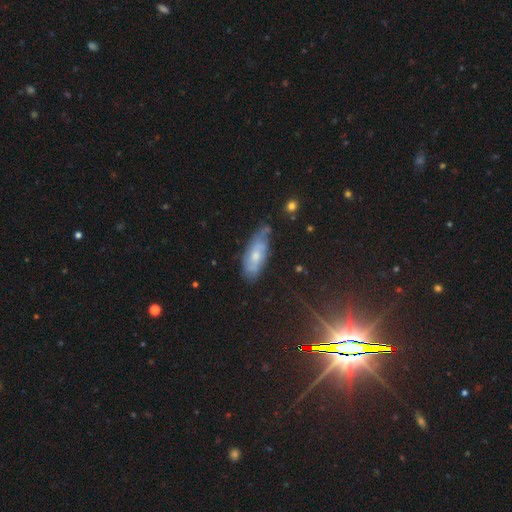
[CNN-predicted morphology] A featured or disk galaxy (50%). Merging: none (57%).